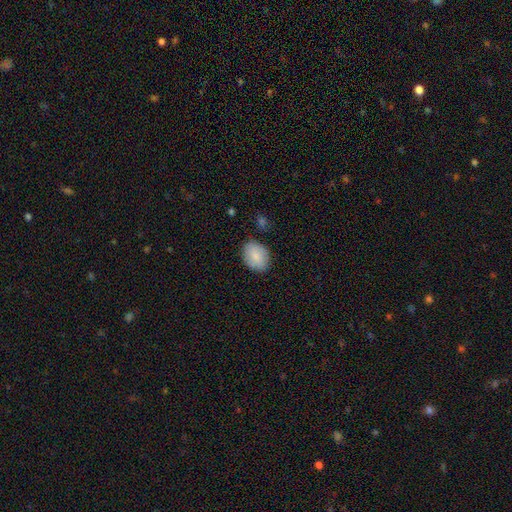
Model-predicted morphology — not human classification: Smooth or featured?
  - smooth: 84% *
  - featured or disk: 10%
  - star or artifact: 7%
How rounded?
  - in between: 67% *
  - round: 32%
  - cigar-shaped: 1%
Merging?
  - none: 82% *
  - minor disturbance: 13%
  - major disturbance: 3%
  - merger: 2%